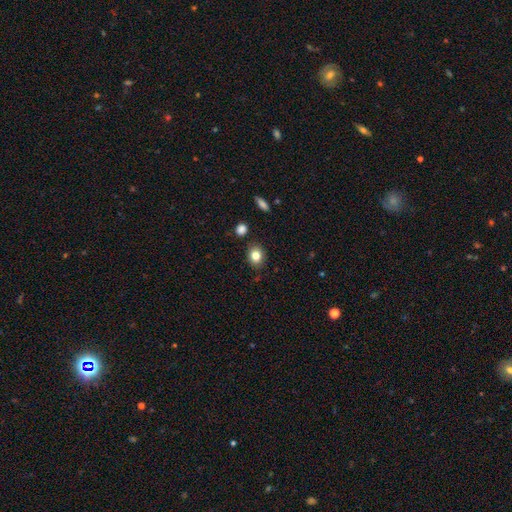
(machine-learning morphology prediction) Smooth or featured: smooth — 82% (star or artifact — 10%)
How rounded: round — 52% (in between — 47%)
Merging: none — 86% (minor disturbance — 9%)